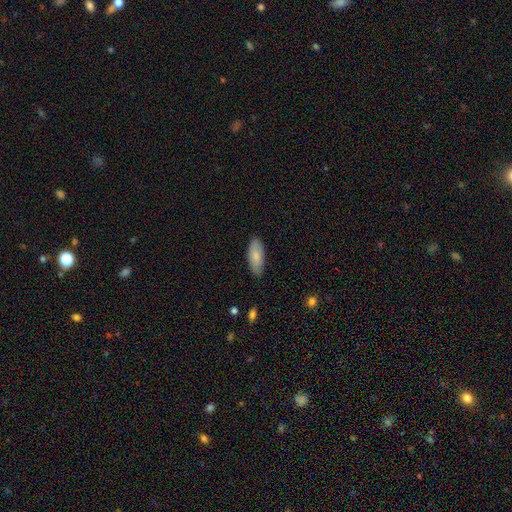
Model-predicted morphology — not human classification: Overall: smooth (82%). How rounded: in between (81%). Merging: none (83%).